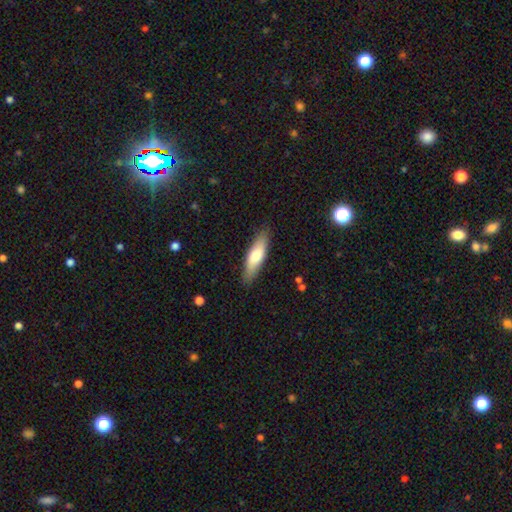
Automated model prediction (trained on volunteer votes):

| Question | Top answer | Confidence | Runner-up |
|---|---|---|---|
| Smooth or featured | smooth | 70% | featured or disk (25%) |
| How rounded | cigar-shaped | 58% | in between (40%) |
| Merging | none | 86% | minor disturbance (11%) |